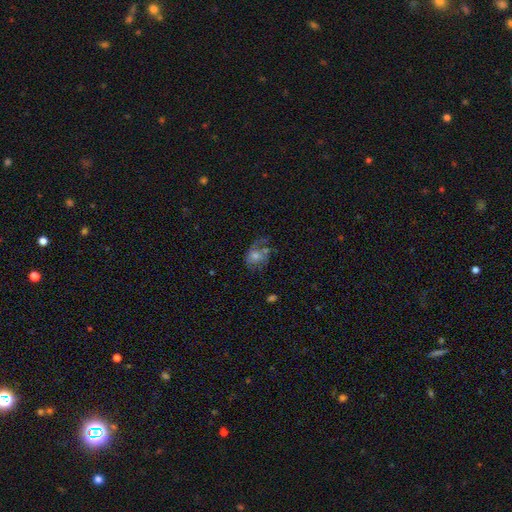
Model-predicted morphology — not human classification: A featured or disk galaxy (42%).

Vote fractions:
- Smooth or featured? featured or disk: 42% / smooth: 37% / star or artifact: 21%
- Merging? none: 40% / major disturbance: 30% / minor disturbance: 23% / merger: 7%